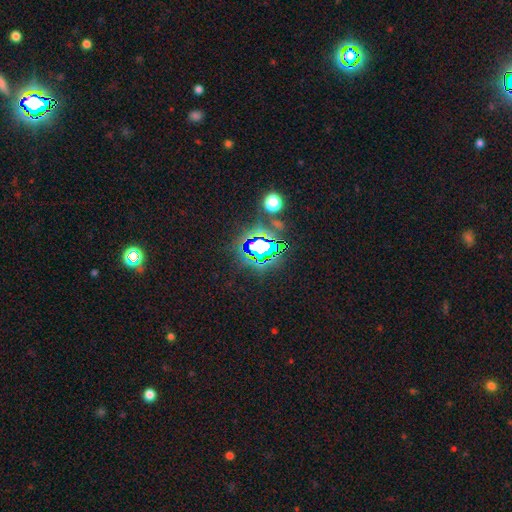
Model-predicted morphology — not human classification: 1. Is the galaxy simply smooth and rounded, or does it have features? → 81% star or artifact, 12% smooth, 7% featured or disk.